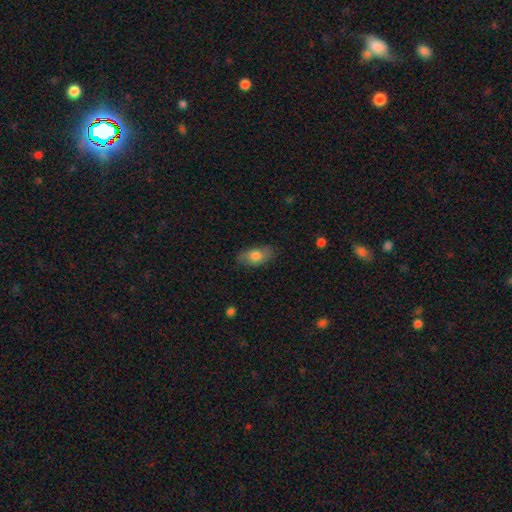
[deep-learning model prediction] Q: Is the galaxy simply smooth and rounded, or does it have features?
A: smooth — 76%.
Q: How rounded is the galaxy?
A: in between — 89%.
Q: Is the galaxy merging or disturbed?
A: none — 80%.